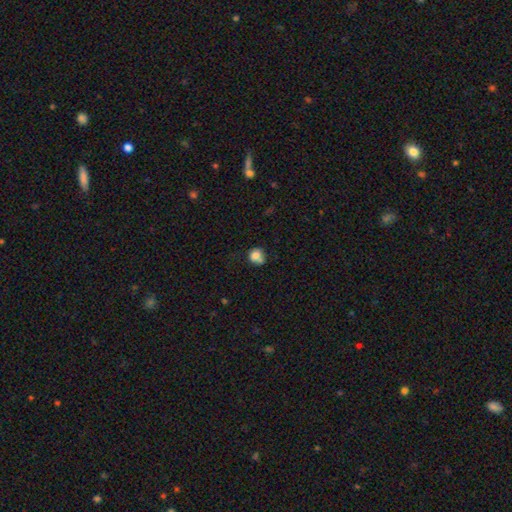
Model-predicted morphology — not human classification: type=smooth (76%); roundness=round (75%); merging=none (45%).